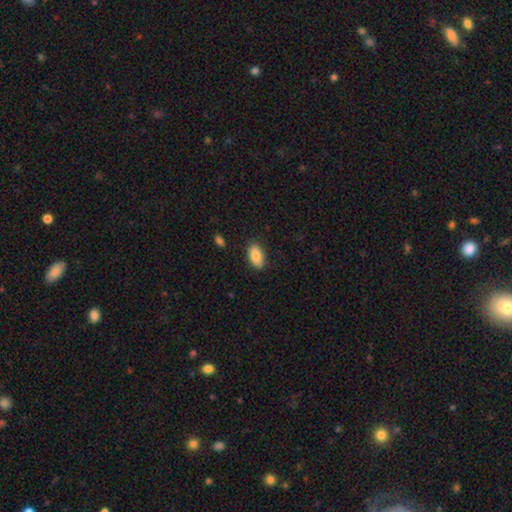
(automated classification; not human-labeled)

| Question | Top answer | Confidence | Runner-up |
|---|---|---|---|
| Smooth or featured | smooth | 85% | featured or disk (8%) |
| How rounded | in between | 92% | cigar-shaped (4%) |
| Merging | none | 86% | minor disturbance (11%) |